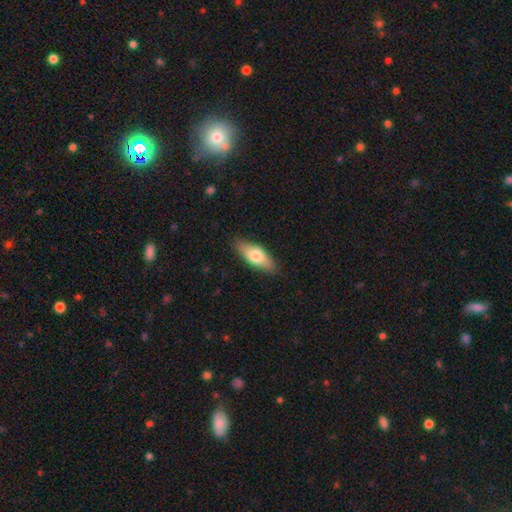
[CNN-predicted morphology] Smooth or featured?
  - smooth: 70% *
  - featured or disk: 25%
  - star or artifact: 6%
How rounded?
  - in between: 70% *
  - cigar-shaped: 28%
  - round: 3%
Merging?
  - none: 84% *
  - minor disturbance: 12%
  - major disturbance: 2%
  - merger: 1%